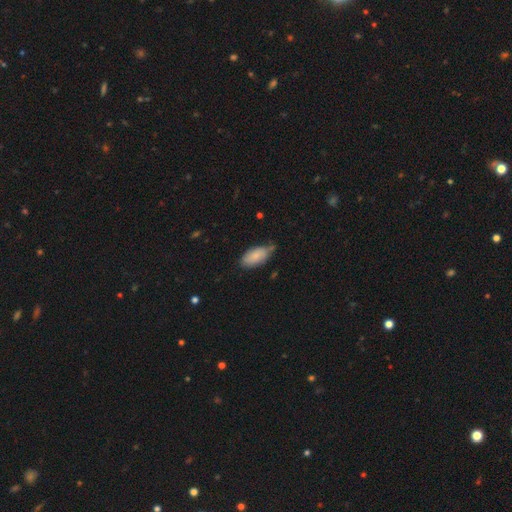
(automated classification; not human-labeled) Overall: smooth (83%). How rounded: in between (92%). Merging: none (54%; minor disturbance 37%).